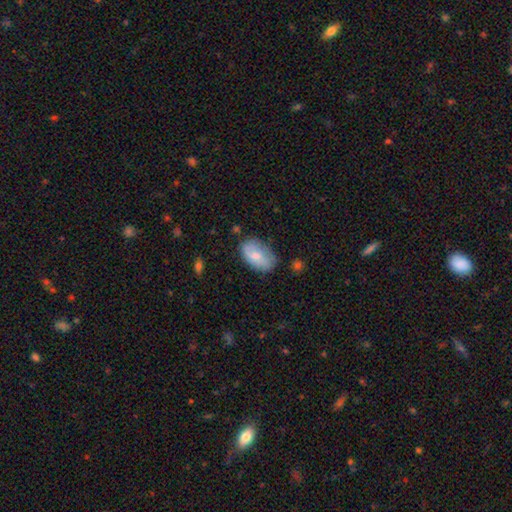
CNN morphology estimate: A smooth galaxy with no disk features (71%) that is in between round and cigar-shaped (92%).

Vote fractions:
- Smooth or featured? smooth: 71% / featured or disk: 22% / star or artifact: 7%
- How rounded? in between: 92% / round: 7% / cigar-shaped: 2%
- Merging? none: 65% / minor disturbance: 26% / major disturbance: 6% / merger: 3%